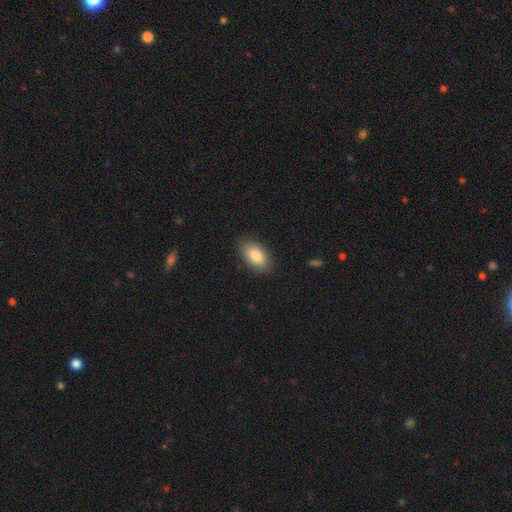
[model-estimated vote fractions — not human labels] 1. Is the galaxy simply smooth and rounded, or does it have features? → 85% smooth, 8% featured or disk, 6% star or artifact.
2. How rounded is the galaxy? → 94% in between, 5% round, 2% cigar-shaped.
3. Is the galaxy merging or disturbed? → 85% none, 11% minor disturbance, 3% major disturbance, 1% merger.